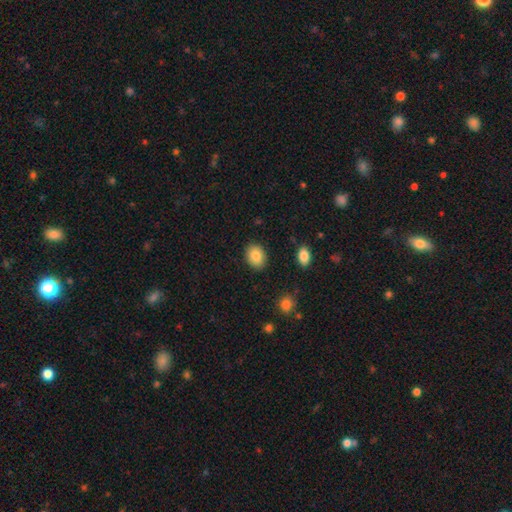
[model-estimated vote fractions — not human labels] The model was most divided on "how rounded": in between: 63%, round: 36%, cigar-shaped: 1%. More confident: merging — none (88%); smooth or featured — smooth (85%).